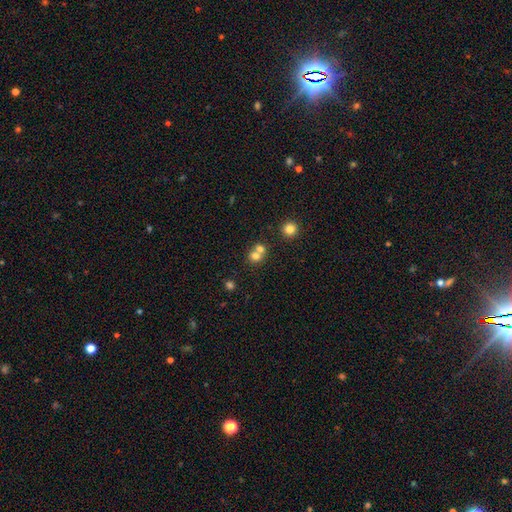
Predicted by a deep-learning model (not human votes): Smooth or featured: smooth — 72% (star or artifact — 14%)
How rounded: round — 80% (in between — 19%)
Merging: merger — 51% (none — 41%)